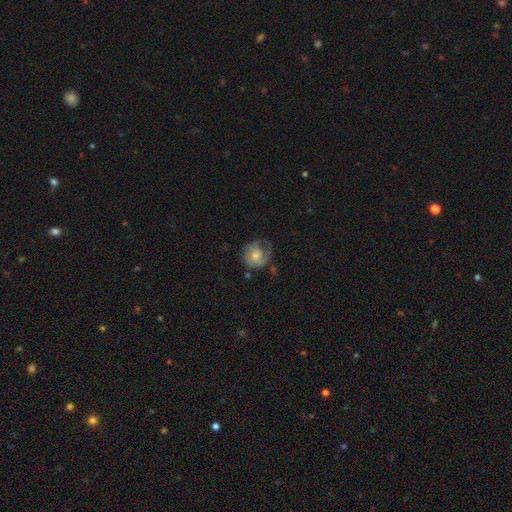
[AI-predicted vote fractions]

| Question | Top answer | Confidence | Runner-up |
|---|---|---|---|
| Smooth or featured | featured or disk | 53% | smooth (40%) |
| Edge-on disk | no | 97% | yes (3%) |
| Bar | no | 77% | weak (20%) |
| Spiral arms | yes | 80% | no (20%) |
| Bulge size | moderate | 53% | small (35%) |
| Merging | none | 48% | minor disturbance (26%) |